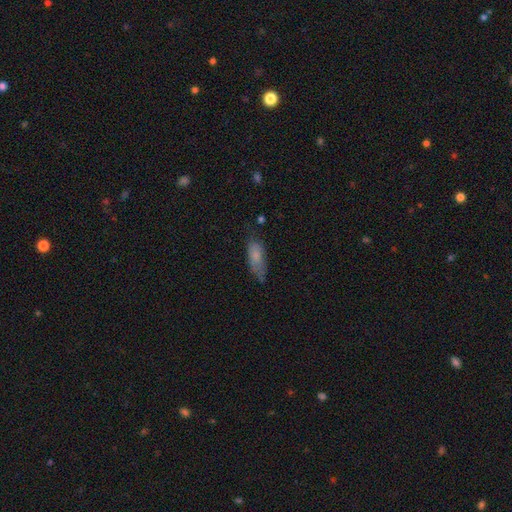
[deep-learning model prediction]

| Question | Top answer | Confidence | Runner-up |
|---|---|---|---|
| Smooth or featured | smooth | 74% | featured or disk (17%) |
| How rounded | in between | 69% | cigar-shaped (29%) |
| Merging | none | 49% | minor disturbance (34%) |